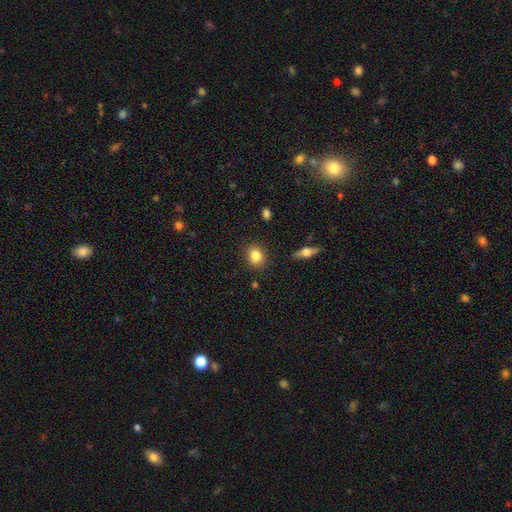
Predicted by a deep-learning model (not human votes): The model was most divided on "how rounded": round: 53%, in between: 45%, cigar-shaped: 2%. More confident: merging — none (85%); smooth or featured — smooth (83%).